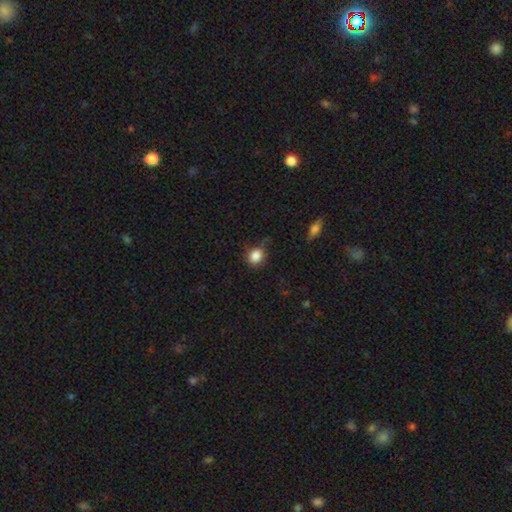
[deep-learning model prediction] A smooth galaxy with no disk features (86%) that is round (75%).

Vote fractions:
- Smooth or featured? smooth: 86% / star or artifact: 9% / featured or disk: 5%
- How rounded? round: 75% / in between: 24% / cigar-shaped: 1%
- Merging? none: 64% / minor disturbance: 26% / major disturbance: 7% / merger: 2%